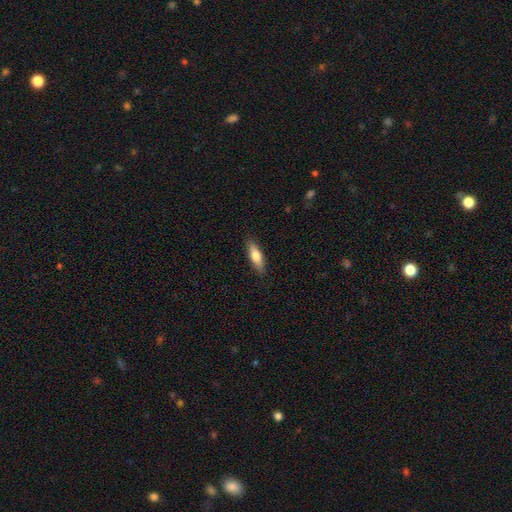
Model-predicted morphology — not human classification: Smooth or featured?
  - smooth: 70% *
  - featured or disk: 24%
  - star or artifact: 6%
How rounded?
  - in between: 49% *
  - cigar-shaped: 48%
  - round: 2%
Merging?
  - none: 88% *
  - minor disturbance: 9%
  - major disturbance: 2%
  - merger: 1%